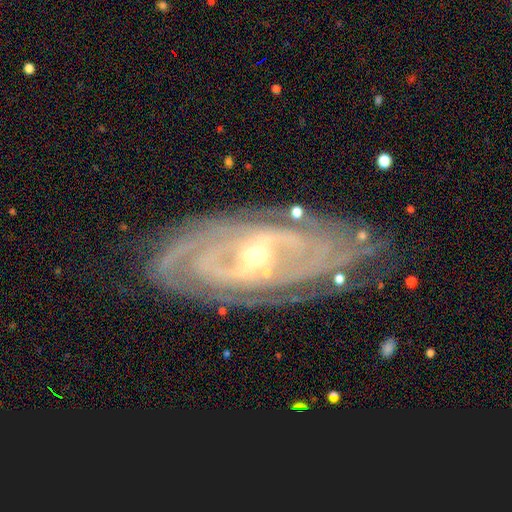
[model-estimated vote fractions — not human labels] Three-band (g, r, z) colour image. It shows a featured or disk galaxy (87%) with a weak bar (40%), tight (70%) spiral arms (94%) and a small central bulge (60%). Merging: none (77%).